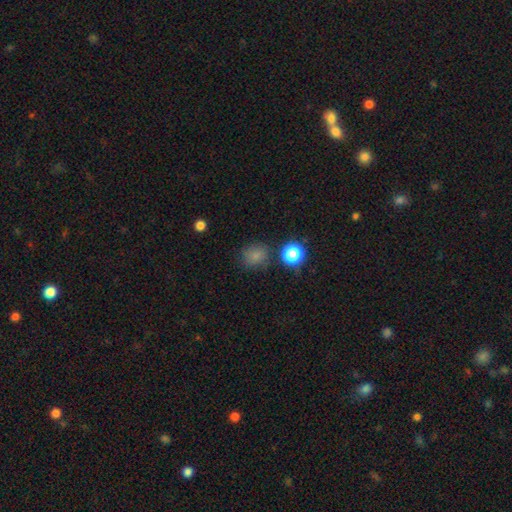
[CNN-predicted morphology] Overall: smooth (75%). How rounded: round (78%). Merging: none (76%).